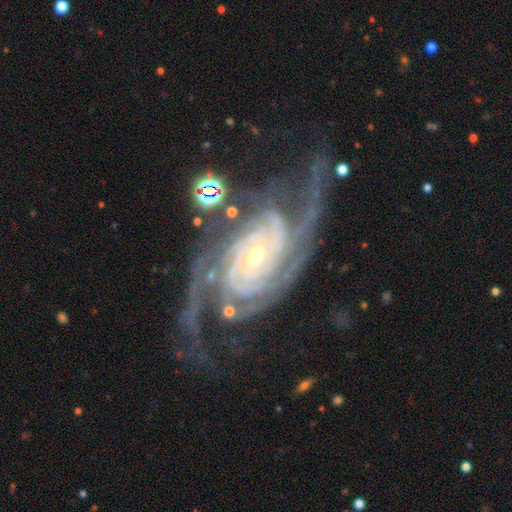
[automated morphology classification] A featured or disk galaxy (93%) with no bar (49%), 2 (31%) tight (66%) spiral arms (99%) and a small central bulge (66%). Merging: none (63%).